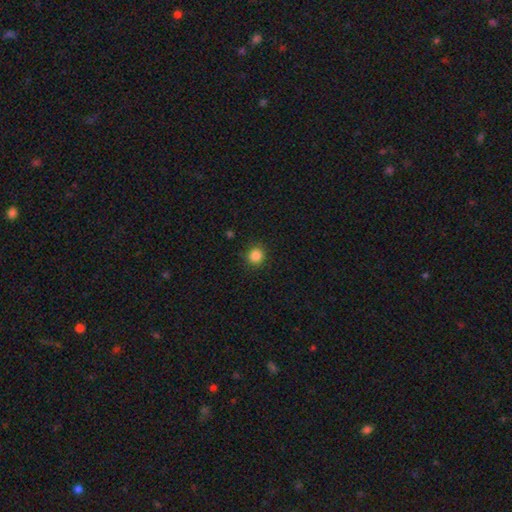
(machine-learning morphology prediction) This is clearly a smooth galaxy (85%). How rounded: clearly round (91%). Merging: clearly none (90%).